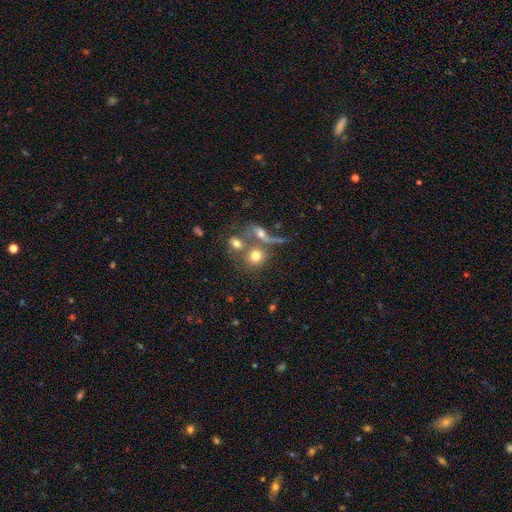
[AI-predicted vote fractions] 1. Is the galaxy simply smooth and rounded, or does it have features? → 69% smooth, 18% featured or disk, 13% star or artifact.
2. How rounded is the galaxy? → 76% round, 22% in between, 2% cigar-shaped.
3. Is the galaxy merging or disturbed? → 43% merger, 37% none, 10% major disturbance, 9% minor disturbance.